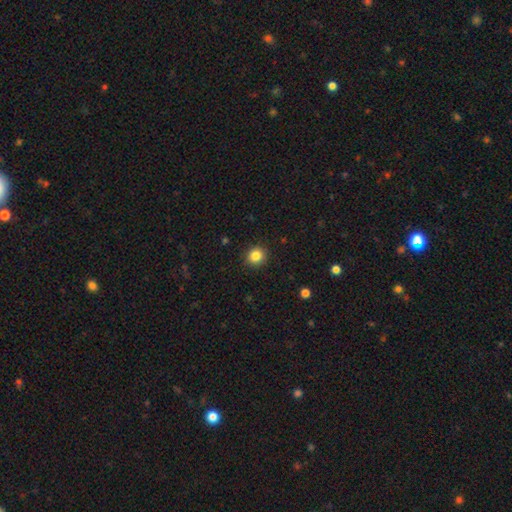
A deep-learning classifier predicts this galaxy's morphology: This is clearly a smooth galaxy (85%). How rounded: clearly round (90%). Merging: clearly none (91%).